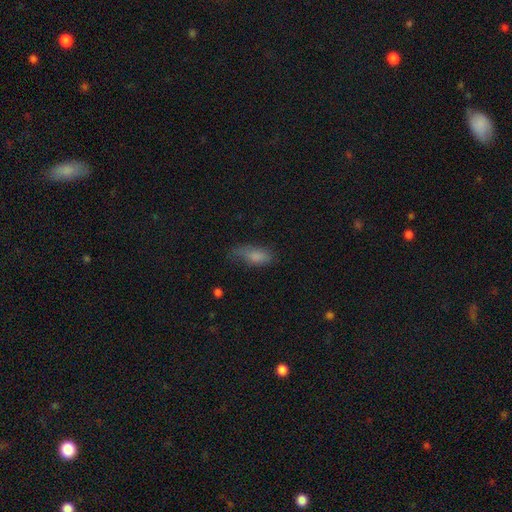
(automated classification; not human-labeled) smooth-or-featured: smooth: 79% | featured or disk: 12% | star or artifact: 9%
  how-rounded: in between: 78% | cigar-shaped: 18% | round: 3%
  merging: none: 45% | minor disturbance: 35% | major disturbance: 17% | merger: 2%